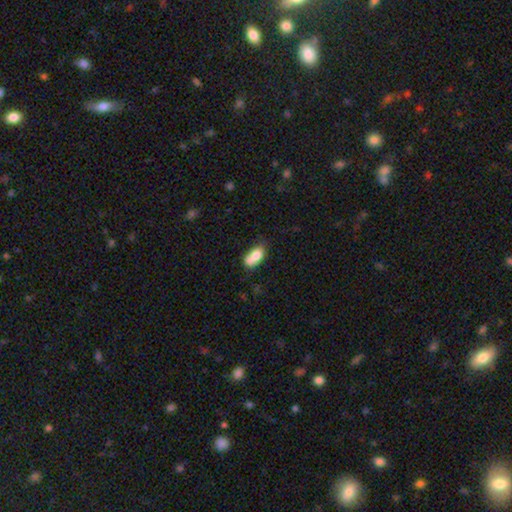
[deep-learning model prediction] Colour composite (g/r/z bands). It shows a smooth galaxy with no disk features (72%) that is in between round and cigar-shaped (84%). Merging: merger (44%).